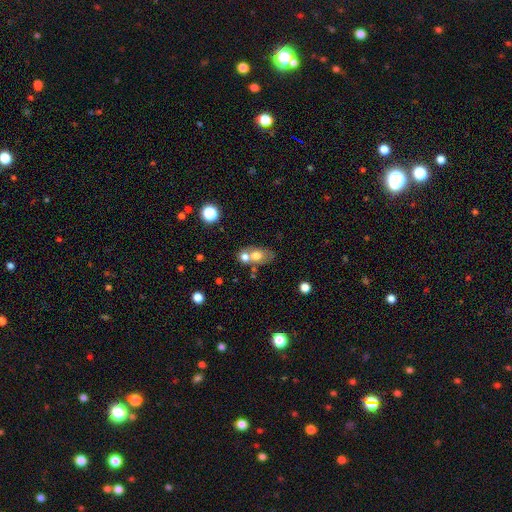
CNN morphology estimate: Smooth or featured? Predicted: smooth (p=0.66). How rounded? Predicted: in between (p=0.73). Merging? Predicted: merger (p=0.46).